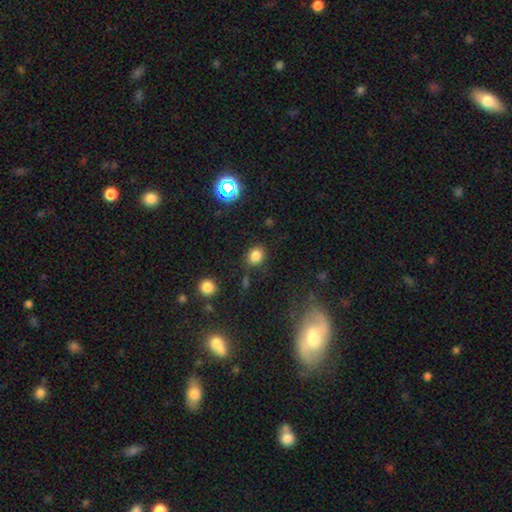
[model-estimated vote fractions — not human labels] Morphology: type=smooth (81%); roundness=round (62%); merging=none (79%).